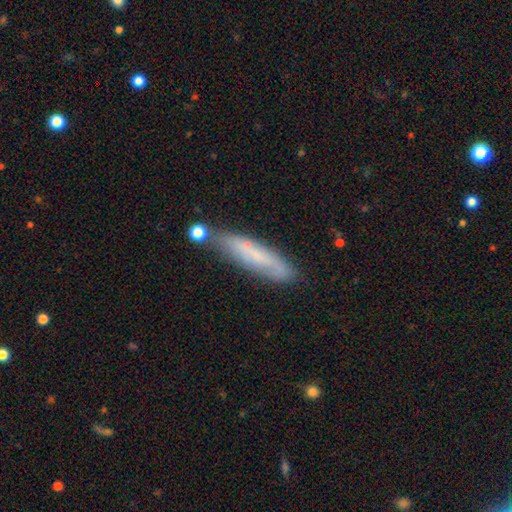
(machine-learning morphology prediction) smooth-or-featured: smooth: 55% | featured or disk: 37% | star or artifact: 8%
  how-rounded: cigar-shaped: 82% | in between: 17% | round: 2%
  merging: none: 66% | minor disturbance: 21% | merger: 7% | major disturbance: 5%